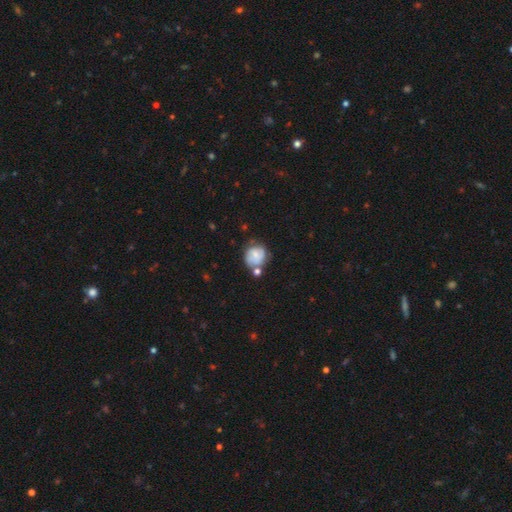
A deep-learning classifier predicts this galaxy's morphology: Smooth or featured? smooth (54%)
How rounded? round (80%)
Merging? none (50%)